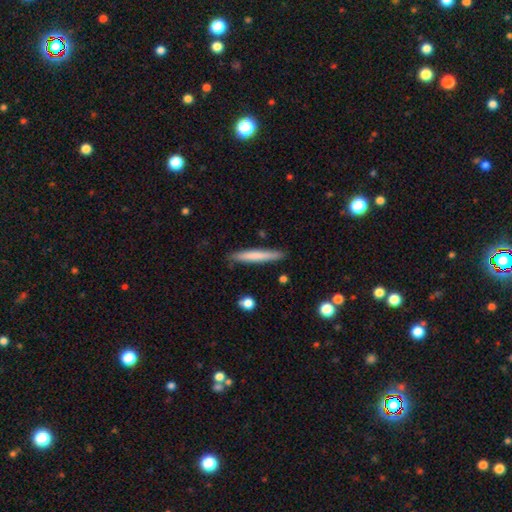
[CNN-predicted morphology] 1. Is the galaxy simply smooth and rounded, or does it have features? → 71% smooth, 23% featured or disk, 5% star or artifact.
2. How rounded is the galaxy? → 96% cigar-shaped, 3% in between, 1% round.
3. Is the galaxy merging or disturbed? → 88% none, 9% minor disturbance, 2% major disturbance, 2% merger.